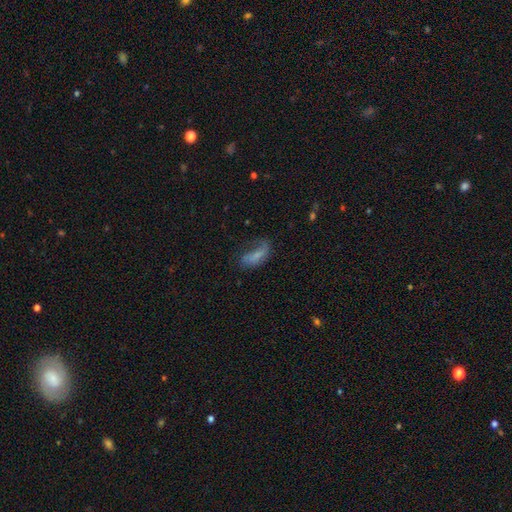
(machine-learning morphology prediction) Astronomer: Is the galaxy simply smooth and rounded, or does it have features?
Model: smooth — 50% (runner-up: featured or disk, 39%).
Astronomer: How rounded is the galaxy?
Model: in between — 79%.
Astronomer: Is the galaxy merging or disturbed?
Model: major disturbance — 37% (runner-up: none, 34%).